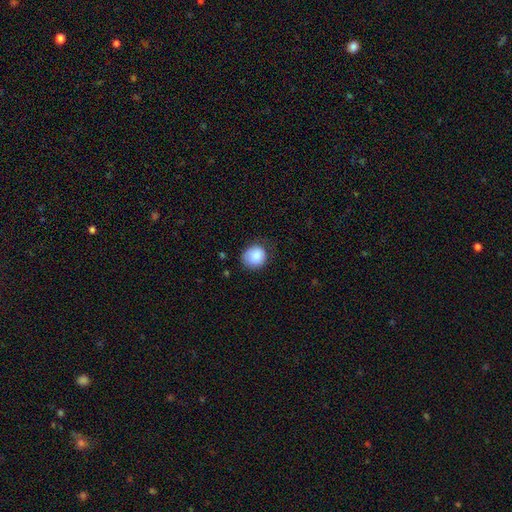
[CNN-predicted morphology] Smooth or featured?
  - smooth: 86% *
  - star or artifact: 7%
  - featured or disk: 6%
How rounded?
  - round: 79% *
  - in between: 20%
  - cigar-shaped: 1%
Merging?
  - none: 65% *
  - minor disturbance: 26%
  - major disturbance: 7%
  - merger: 1%